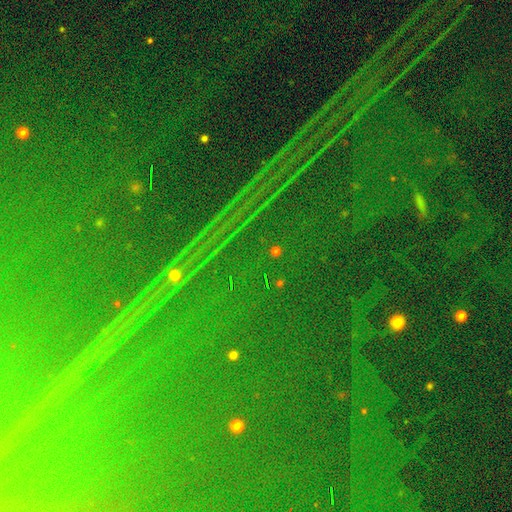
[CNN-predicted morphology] smooth_or_featured: star or artifact (p=0.86) [alt: featured or disk p=0.07]